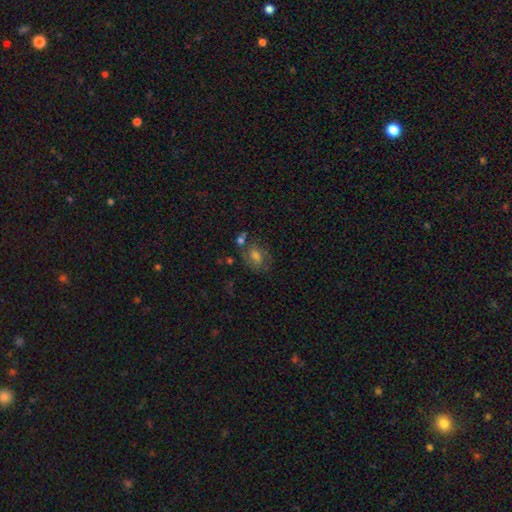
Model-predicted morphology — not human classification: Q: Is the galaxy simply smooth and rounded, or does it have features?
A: smooth — 42%.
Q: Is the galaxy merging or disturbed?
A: none — 58%.